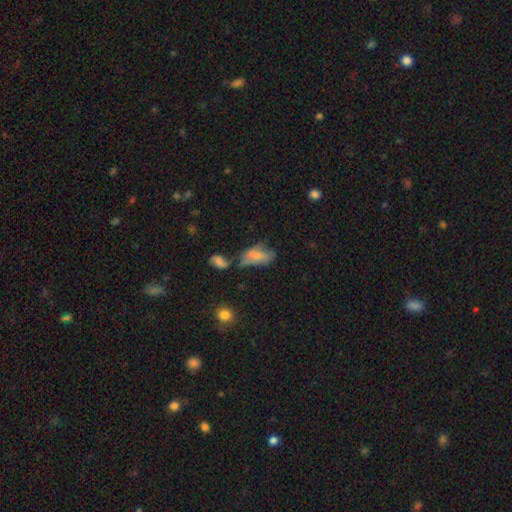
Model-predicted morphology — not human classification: smooth_or_featured: smooth (p=0.66) [alt: featured or disk p=0.23]
how_rounded: in between (p=0.90) [alt: cigar-shaped p=0.05]
merging: merger (p=0.26) [tied with: major disturbance p=0.26]